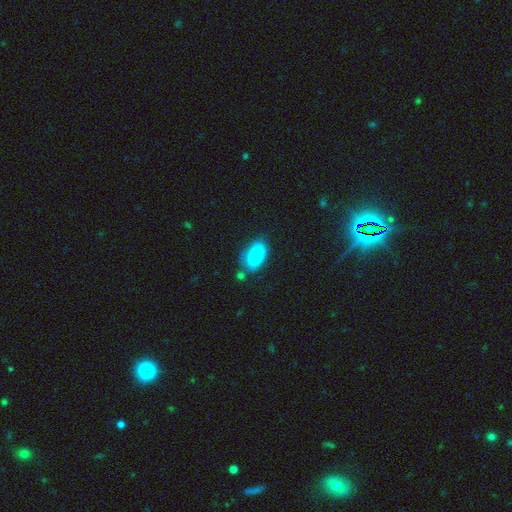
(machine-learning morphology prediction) The model was most divided on "merging": none: 62%, minor disturbance: 23%, merger: 8%, major disturbance: 7%. More confident: how rounded — in between (94%); smooth or featured — smooth (84%).